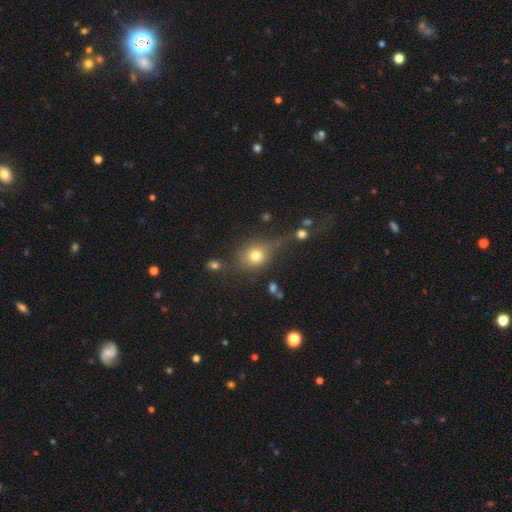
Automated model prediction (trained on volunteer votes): smooth-or-featured: smooth: 75% | star or artifact: 14% | featured or disk: 11%
  how-rounded: round: 69% | in between: 29% | cigar-shaped: 2%
  merging: none: 55% | minor disturbance: 21% | major disturbance: 13% | merger: 10%